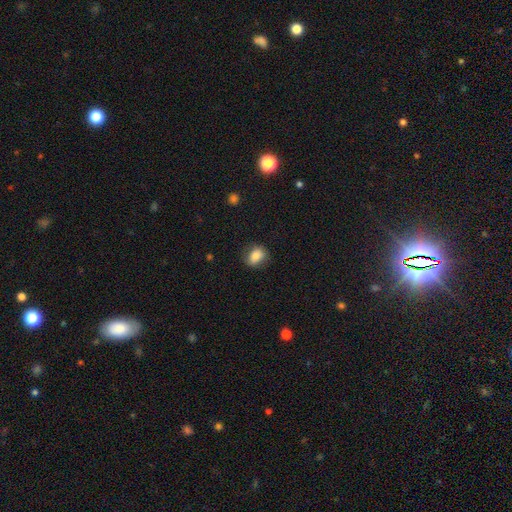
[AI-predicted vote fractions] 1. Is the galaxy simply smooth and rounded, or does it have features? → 82% smooth, 10% featured or disk, 8% star or artifact.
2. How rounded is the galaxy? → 59% in between, 40% round, 1% cigar-shaped.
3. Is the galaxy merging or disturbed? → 74% none, 19% minor disturbance, 6% major disturbance, 1% merger.